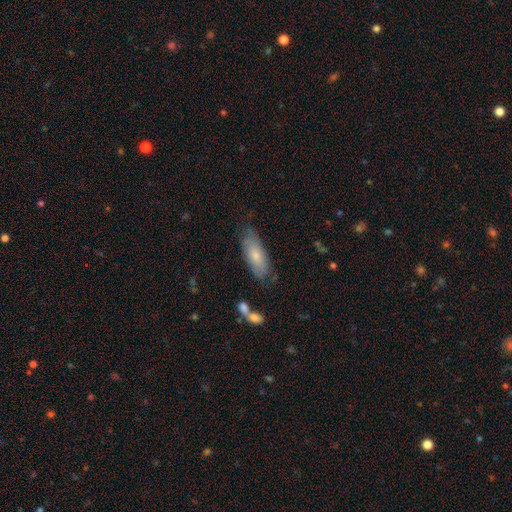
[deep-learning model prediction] A smooth galaxy with no disk features (70%) that is in between round and cigar-shaped (70%). Merging: none (69%).